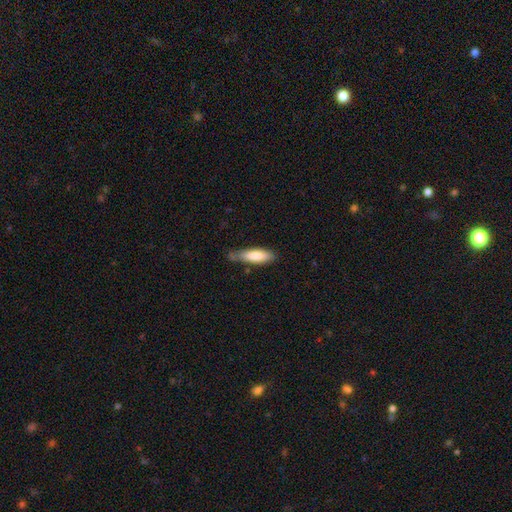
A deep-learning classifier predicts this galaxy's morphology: This appears to be a smooth galaxy with no disk features (79%) that is cigar-shaped (58%). Merging: none (59%).